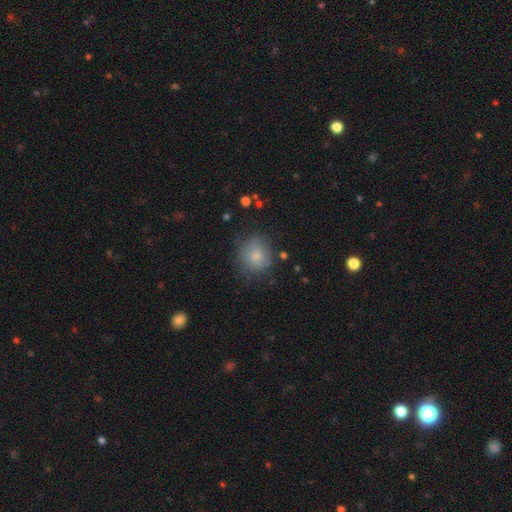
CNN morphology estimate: The model was most divided on "merging": none: 71%, minor disturbance: 20%, major disturbance: 7%, merger: 2%. More confident: how rounded — round (80%); smooth or featured — smooth (79%).